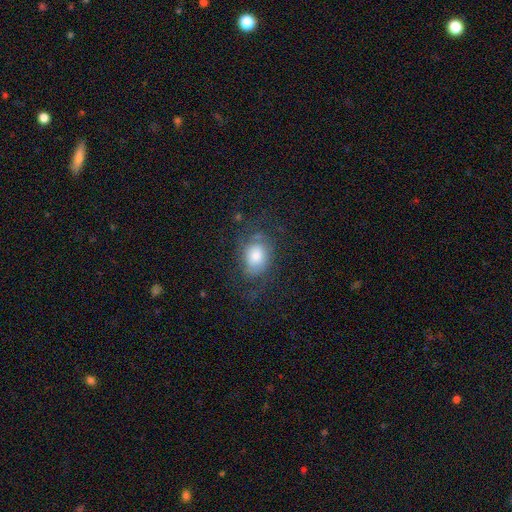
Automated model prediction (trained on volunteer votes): Smooth or featured? featured or disk (47%)
Merging? none (59%)